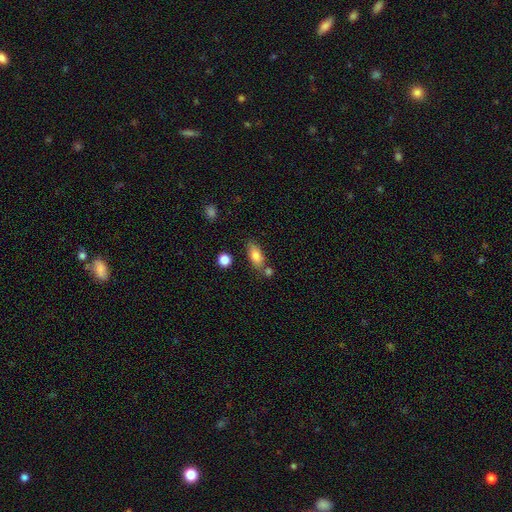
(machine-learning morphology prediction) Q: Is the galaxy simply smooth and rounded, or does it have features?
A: smooth — 81%.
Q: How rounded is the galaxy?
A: in between — 82%.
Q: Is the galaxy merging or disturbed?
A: none — 67%.